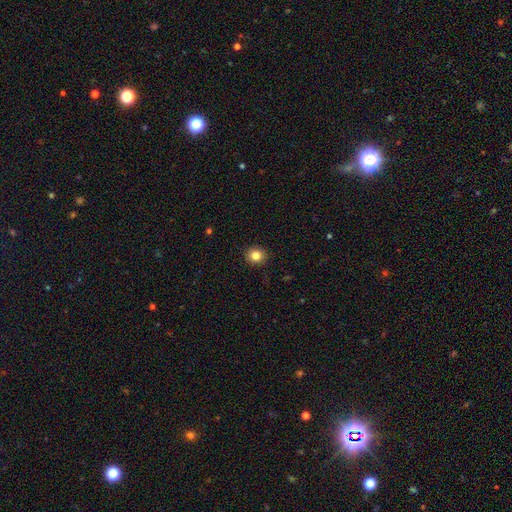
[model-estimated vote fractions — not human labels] smooth 83%, star or artifact 11%, featured or disk 6%. Down the decision tree: how rounded — round (85%); merging — none (91%).